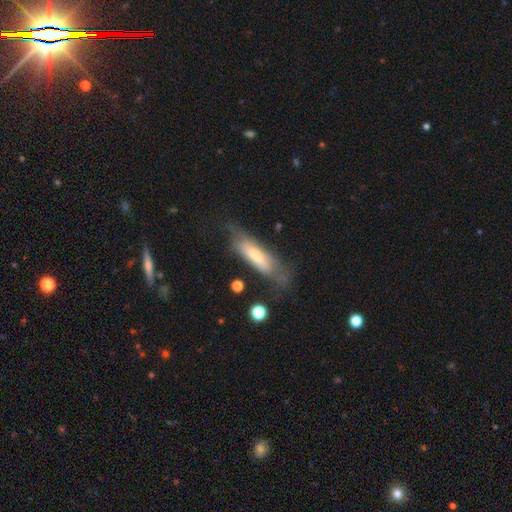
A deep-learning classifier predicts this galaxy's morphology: Smooth or featured?
  - smooth: 51% *
  - featured or disk: 41%
  - star or artifact: 7%
How rounded?
  - cigar-shaped: 60% *
  - in between: 38%
  - round: 2%
Merging?
  - none: 55% *
  - minor disturbance: 26%
  - major disturbance: 16%
  - merger: 3%